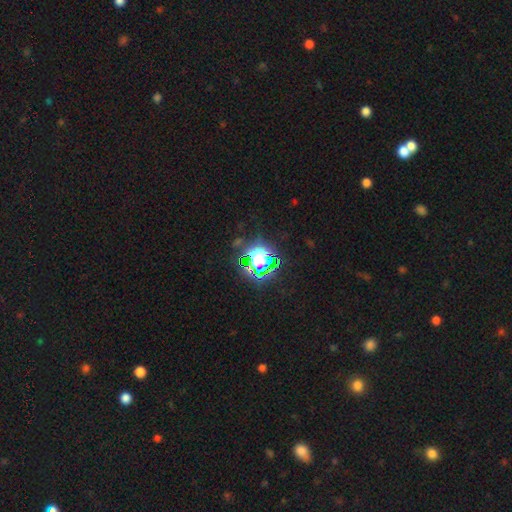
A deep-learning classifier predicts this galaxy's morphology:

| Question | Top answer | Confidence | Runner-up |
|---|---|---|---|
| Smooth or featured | star or artifact | 69% | smooth (21%) |